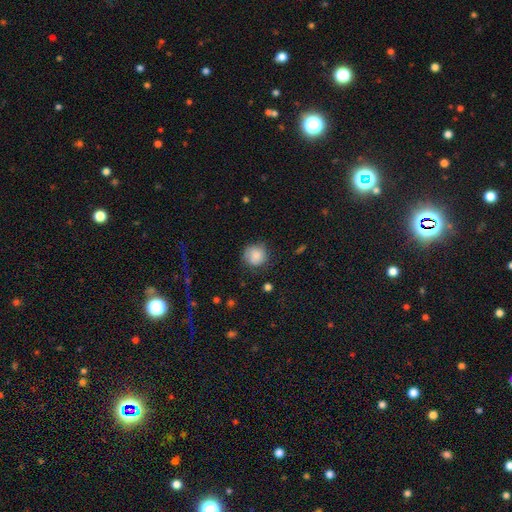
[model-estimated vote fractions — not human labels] Morphology: type=smooth (83%); roundness=round (90%); merging=none (73%).